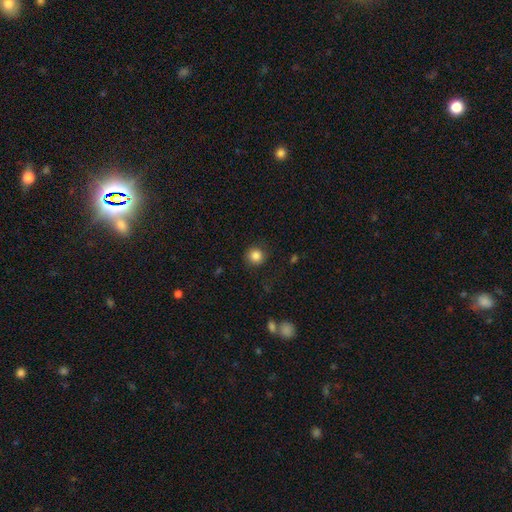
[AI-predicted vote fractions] The model was most divided on "smooth or featured": smooth: 85%, star or artifact: 11%, featured or disk: 4%. More confident: how rounded — round (93%); merging — none (89%).